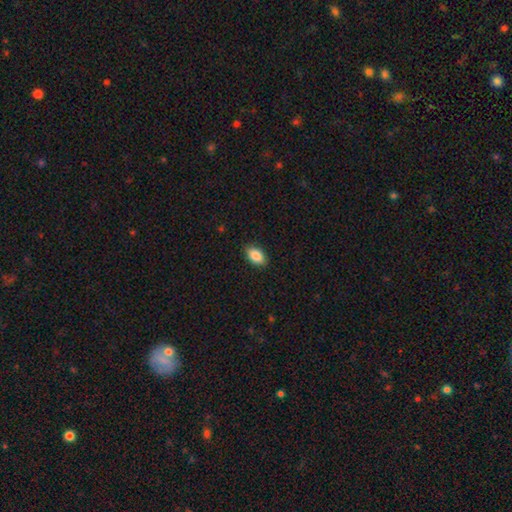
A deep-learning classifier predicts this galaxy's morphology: This appears to be a smooth galaxy with no disk features (87%) that is in between round and cigar-shaped (91%). Merging: none (88%).